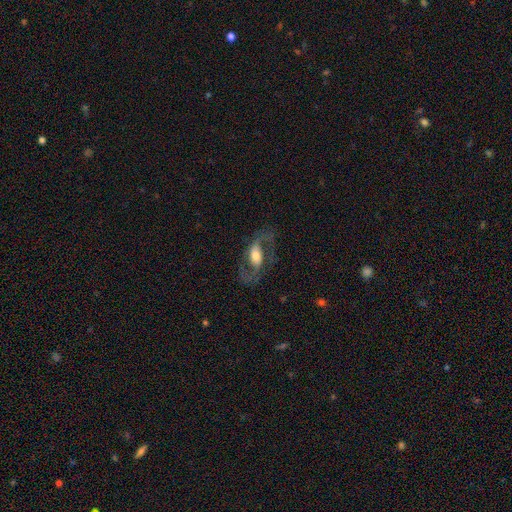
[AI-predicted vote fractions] Overall: featured or disk (81%). Edge-on disk: no (95%). Bar: weak (40%; strong 33%). Spiral arms: yes (91%). Spiral arm count: 2 (91%). Spiral winding: medium (50%; loose 39%). Bulge size: moderate (55%; small 21%). Merging: none (72%).